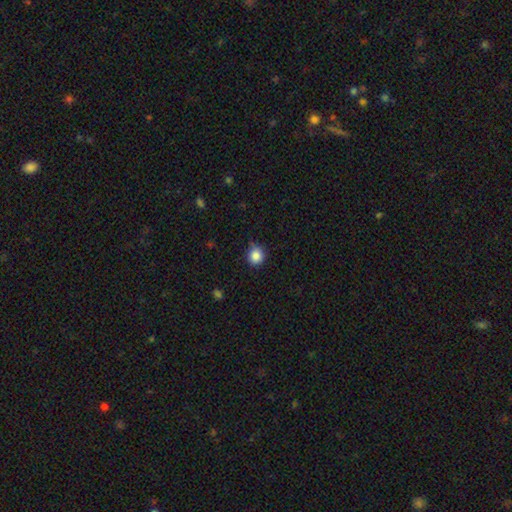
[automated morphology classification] type=smooth (85%); roundness=round (89%); merging=none (75%).